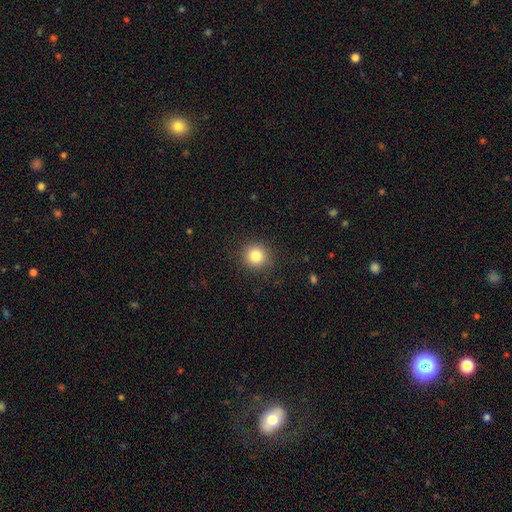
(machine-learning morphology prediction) This appears to be a smooth galaxy with no disk features (83%) that is round (89%). Merging: none (90%).